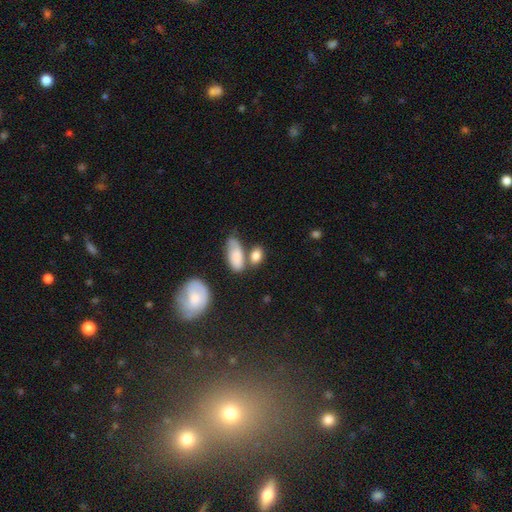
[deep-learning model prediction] smooth-or-featured: smooth: 83% | featured or disk: 9% | star or artifact: 8%
  how-rounded: in between: 81% | round: 14% | cigar-shaped: 5%
  merging: none: 50% | merger: 26% | minor disturbance: 17% | major disturbance: 7%